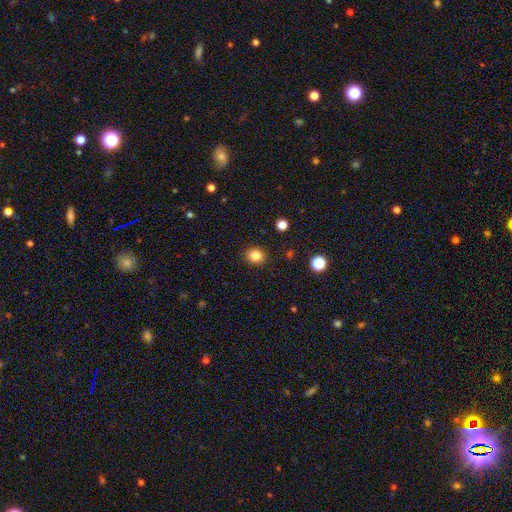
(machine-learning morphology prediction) Smooth or featured? smooth (83%)
How rounded? round (74%)
Merging? none (90%)